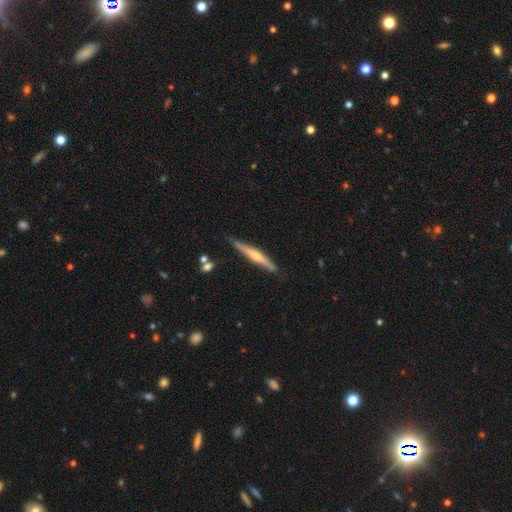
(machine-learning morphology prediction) featured or disk 58%, smooth 37%, star or artifact 5%. Down the decision tree: edge-on disk — yes (95%); edge-on bulge — rounded (71%); merging — none (80%).